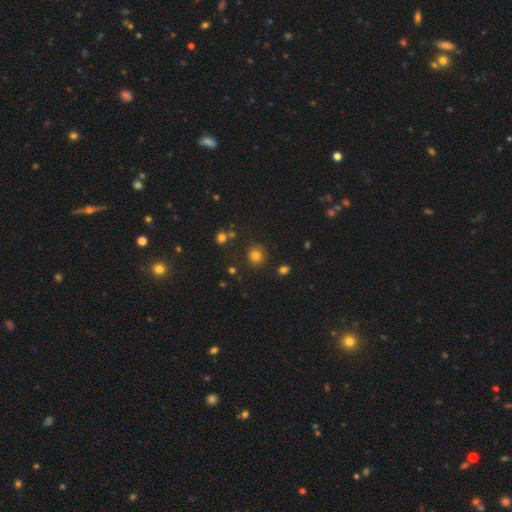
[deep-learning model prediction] Morphology: type=smooth (79%); roundness=round (86%); merging=none (84%).